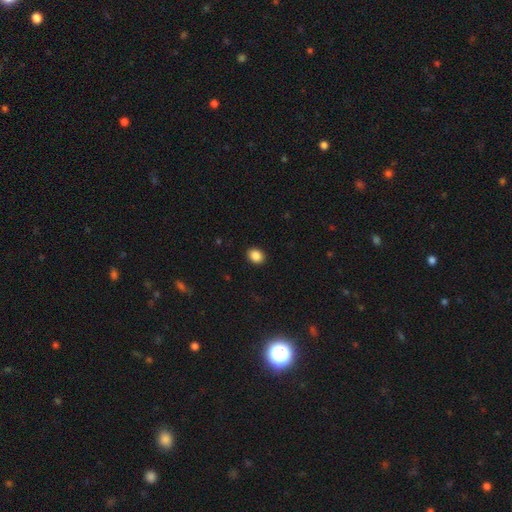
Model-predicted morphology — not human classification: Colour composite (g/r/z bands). It shows a smooth galaxy with no disk features (88%) that is round (50%). Merging: none (91%).